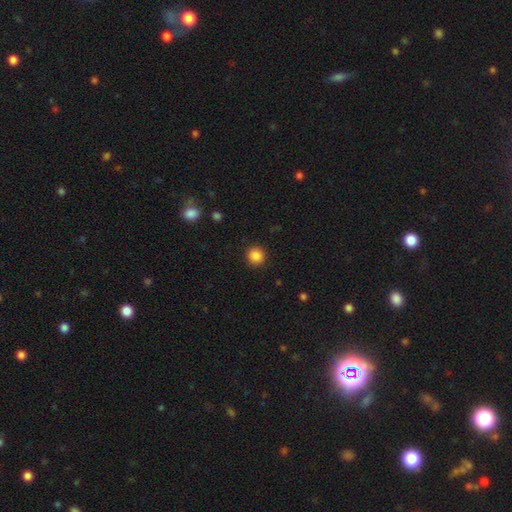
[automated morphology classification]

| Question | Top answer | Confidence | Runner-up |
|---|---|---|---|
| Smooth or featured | smooth | 87% | star or artifact (10%) |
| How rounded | round | 93% | in between (6%) |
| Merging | none | 91% | minor disturbance (6%) |